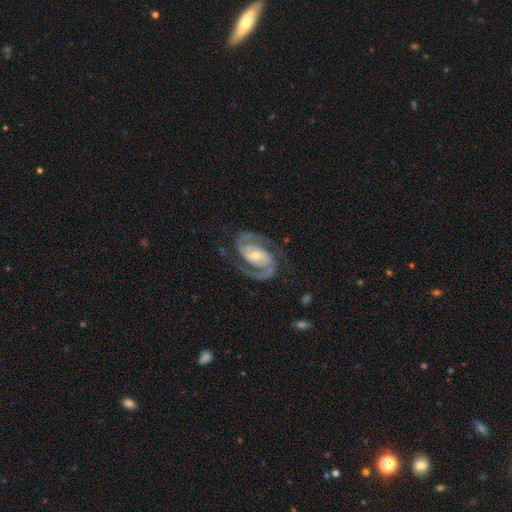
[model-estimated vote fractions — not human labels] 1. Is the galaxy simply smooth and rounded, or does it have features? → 92% featured or disk, 4% star or artifact, 4% smooth.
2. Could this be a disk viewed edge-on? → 97% no, 3% yes.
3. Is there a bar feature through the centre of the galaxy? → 36% weak, 32% strong, 32% no.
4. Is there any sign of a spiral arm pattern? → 98% yes, 2% no.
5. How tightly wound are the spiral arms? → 50% medium, 40% tight, 10% loose.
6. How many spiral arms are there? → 93% 2, 2% can't tell, 1% 3, 1% 1, 1% 4, 1% more than 4.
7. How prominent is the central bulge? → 49% small, 46% moderate, 3% large, 1% none, 1% dominant.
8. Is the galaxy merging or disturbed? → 79% none, 12% minor disturbance, 7% major disturbance, 1% merger.